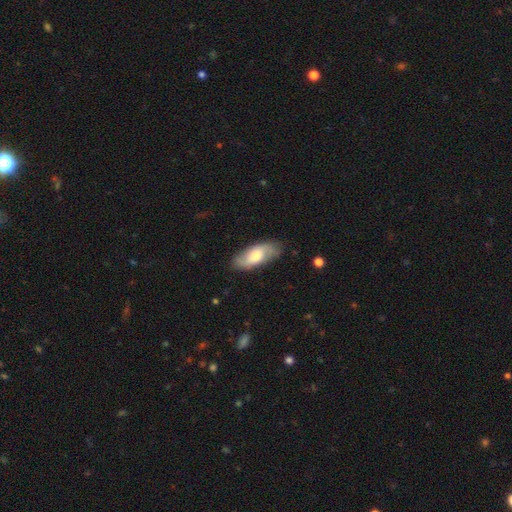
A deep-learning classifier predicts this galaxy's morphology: smooth_or_featured: smooth (p=0.60) [alt: featured or disk p=0.34]
how_rounded: in between (p=0.82) [alt: cigar-shaped p=0.16]
merging: none (p=0.79) [alt: minor disturbance p=0.16]